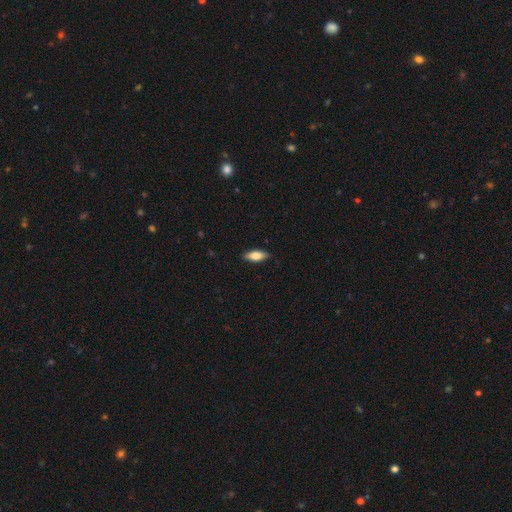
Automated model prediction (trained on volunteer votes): Smooth or featured? smooth (76%)
How rounded? in between (74%)
Merging? none (87%)